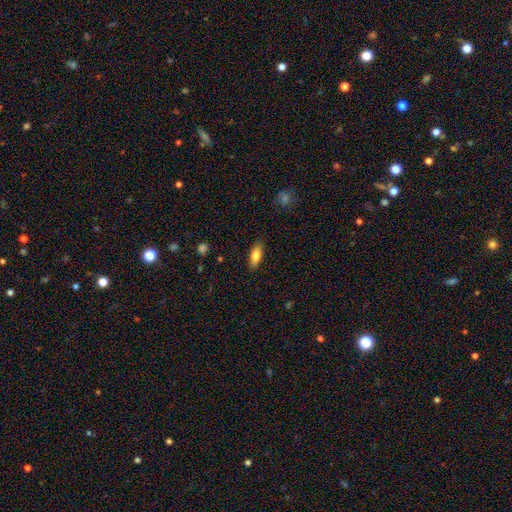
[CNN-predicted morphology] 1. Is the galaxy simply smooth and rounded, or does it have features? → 77% smooth, 16% featured or disk, 7% star or artifact.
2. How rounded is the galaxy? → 70% in between, 27% cigar-shaped, 3% round.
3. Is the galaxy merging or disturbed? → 87% none, 10% minor disturbance, 2% major disturbance, 1% merger.